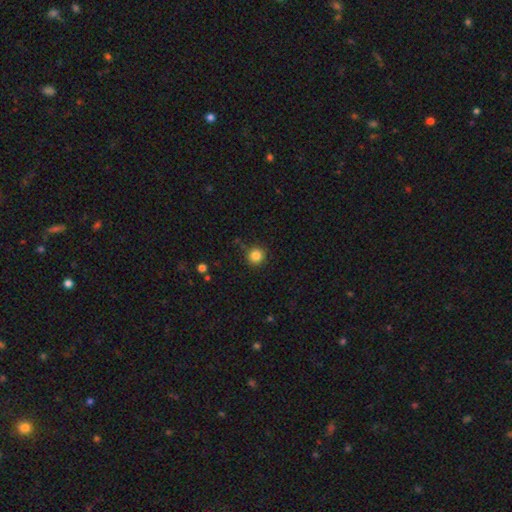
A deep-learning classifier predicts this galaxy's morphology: A smooth galaxy with no disk features (84%) that is round (93%). Merging: none (88%).